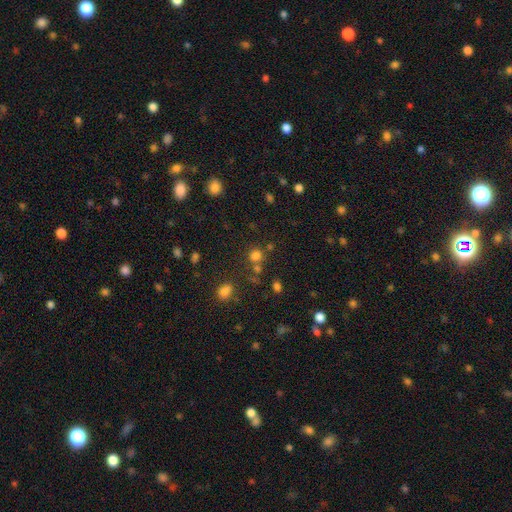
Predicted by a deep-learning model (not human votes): Smooth or featured? Predicted: smooth (p=0.72). How rounded? Predicted: round (p=0.85). Merging? Predicted: none (p=0.65).